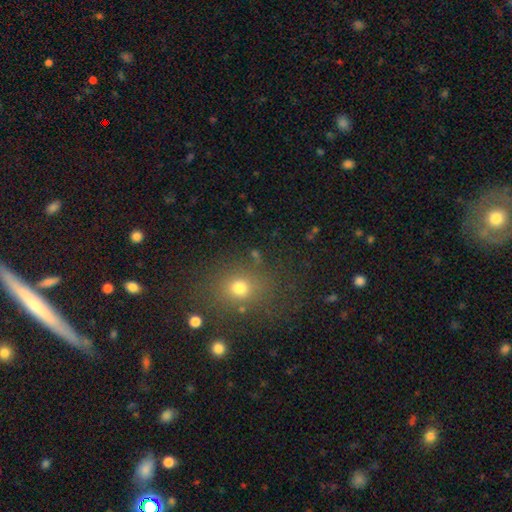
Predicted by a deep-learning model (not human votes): Smooth or featured? smooth (67%)
How rounded? round (68%)
Merging? none (79%)